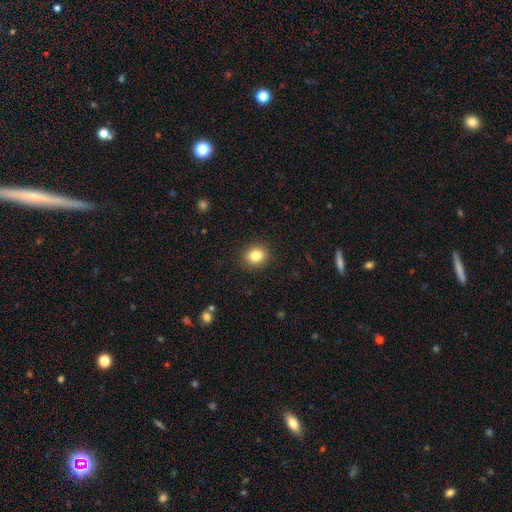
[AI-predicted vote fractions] This is clearly a smooth galaxy (83%). How rounded: likely round (71%). Merging: clearly none (90%).